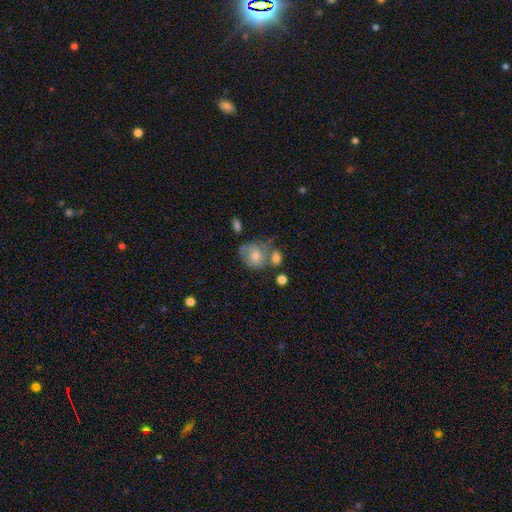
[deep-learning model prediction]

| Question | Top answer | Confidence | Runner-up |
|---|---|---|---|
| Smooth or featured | smooth | 56% | featured or disk (32%) |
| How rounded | round | 66% | in between (33%) |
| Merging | none | 42% | minor disturbance (23%) |